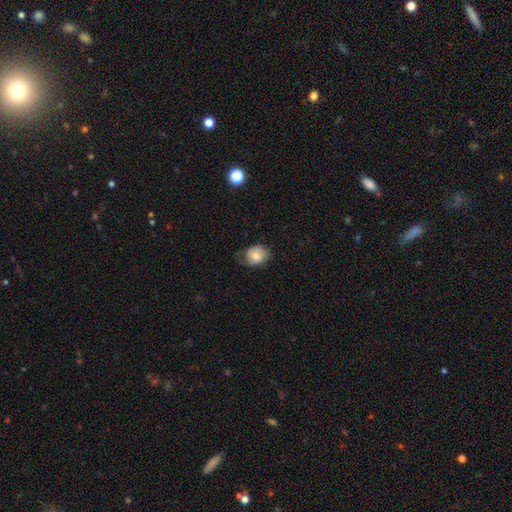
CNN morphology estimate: Smooth or featured?
  - smooth: 67% *
  - featured or disk: 25%
  - star or artifact: 8%
How rounded?
  - round: 50% *
  - in between: 49%
  - cigar-shaped: 1%
Merging?
  - none: 51% *
  - minor disturbance: 33%
  - major disturbance: 15%
  - merger: 1%